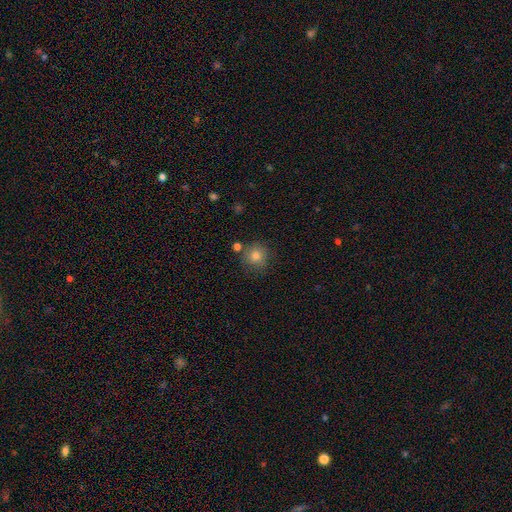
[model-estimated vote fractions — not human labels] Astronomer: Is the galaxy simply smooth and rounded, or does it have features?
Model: smooth — 81%.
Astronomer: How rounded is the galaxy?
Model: round — 91%.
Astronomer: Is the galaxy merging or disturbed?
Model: none — 80%.